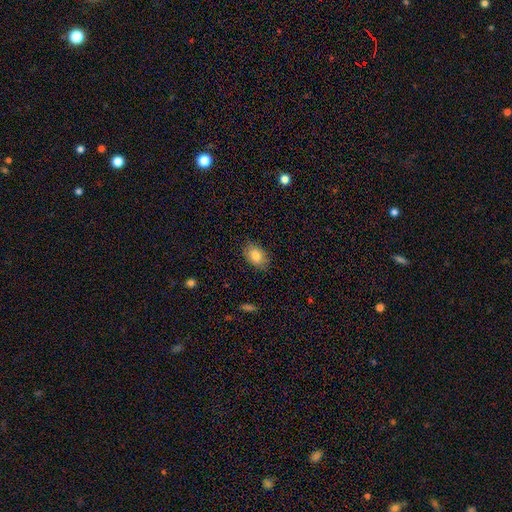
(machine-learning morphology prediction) A smooth galaxy with no disk features (84%) that is in between round and cigar-shaped (82%).

Vote fractions:
- Smooth or featured? smooth: 84% / featured or disk: 8% / star or artifact: 8%
- How rounded? in between: 82% / round: 17% / cigar-shaped: 1%
- Merging? none: 83% / minor disturbance: 13% / major disturbance: 3% / merger: 1%